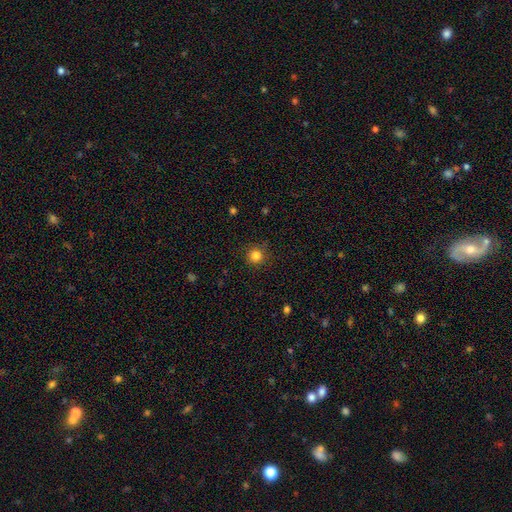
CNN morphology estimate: This appears to be a smooth galaxy with no disk features (83%) that is round (95%). Merging: none (89%).